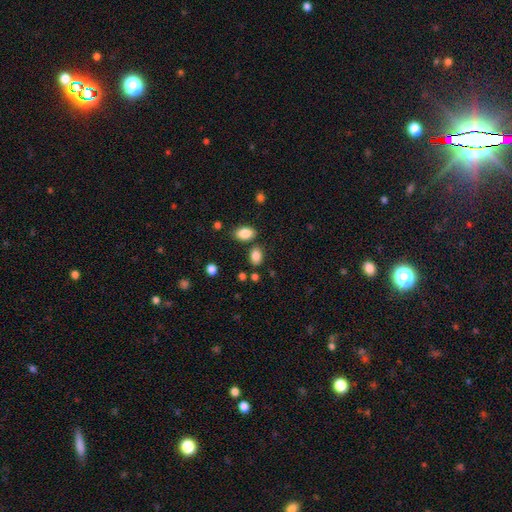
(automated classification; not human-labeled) Smooth or featured?
  - smooth: 85% *
  - star or artifact: 10%
  - featured or disk: 5%
How rounded?
  - in between: 79% *
  - round: 19%
  - cigar-shaped: 1%
Merging?
  - none: 74% *
  - minor disturbance: 12%
  - merger: 11%
  - major disturbance: 4%